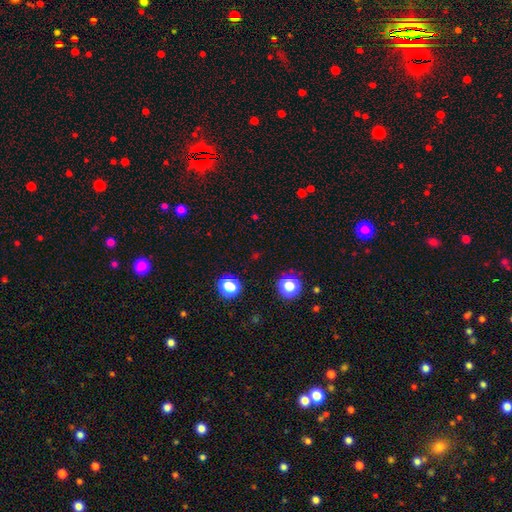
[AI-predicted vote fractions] Smooth or featured?
  - star or artifact: 51% *
  - smooth: 42%
  - featured or disk: 7%